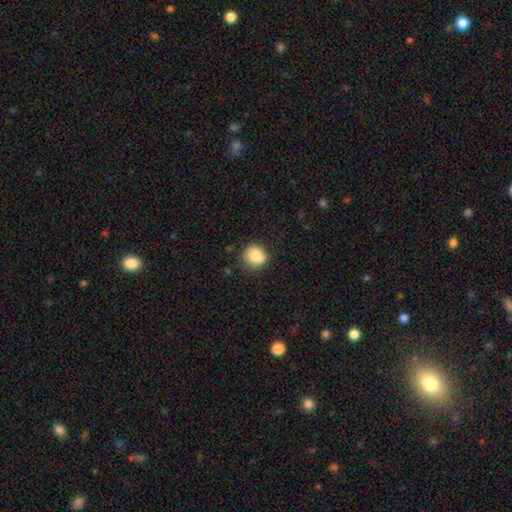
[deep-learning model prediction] smooth_or_featured: smooth (p=0.80) [alt: featured or disk p=0.11]
how_rounded: round (p=0.87) [alt: in between p=0.12]
merging: none (p=0.61) [alt: minor disturbance p=0.17]